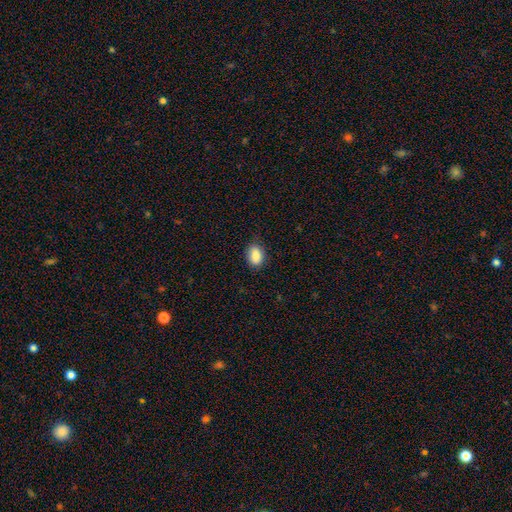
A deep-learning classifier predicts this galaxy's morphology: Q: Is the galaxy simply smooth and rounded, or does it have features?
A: smooth — 87%.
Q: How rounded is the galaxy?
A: in between — 82%.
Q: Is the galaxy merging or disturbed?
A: none — 83%.